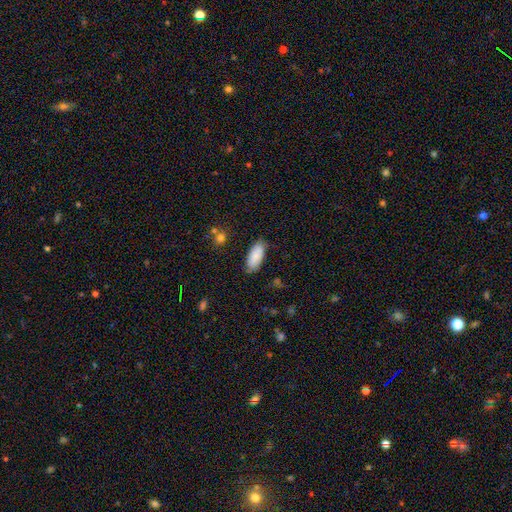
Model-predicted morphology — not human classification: A smooth galaxy with no disk features (86%) that is in between round and cigar-shaped (87%). Merging: none (80%).